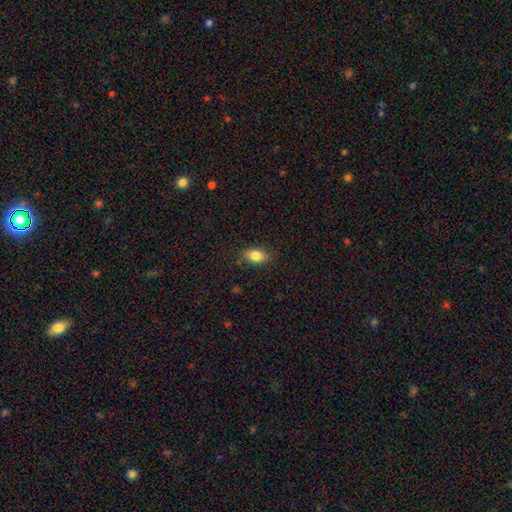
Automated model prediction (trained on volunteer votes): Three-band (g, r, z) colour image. It shows a smooth galaxy with no disk features (84%) that is in between round and cigar-shaped (83%). Merging: none (84%).